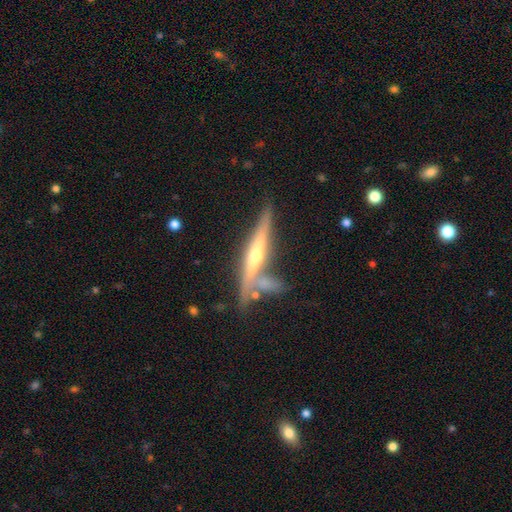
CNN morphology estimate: This is likely a featured or disk galaxy (72%). It is clearly viewed edge-on (95%). Edge-on bulge: clearly rounded (81%). Merging: likely none (63%).